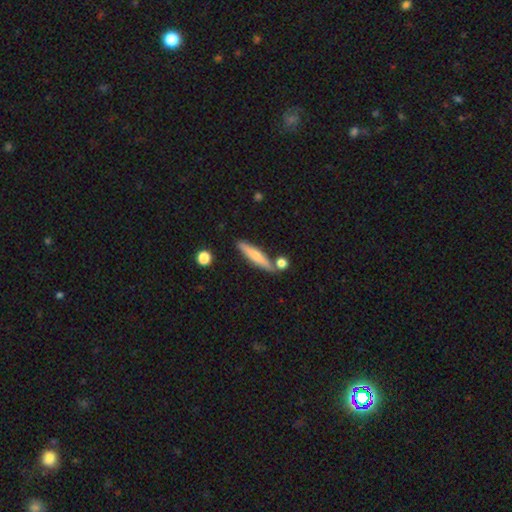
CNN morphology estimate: Smooth or featured? Predicted: smooth (p=0.60). How rounded? Predicted: cigar-shaped (p=0.88). Merging? Predicted: none (p=0.77).